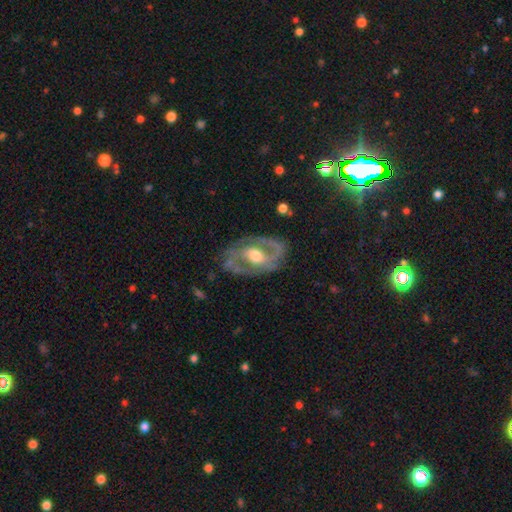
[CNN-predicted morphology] This is clearly a featured or disk galaxy (86%). It is clearly not viewed edge-on (96%). Bar: marginally weak (41%). Spiral arm pattern: clearly yes (88%). Spiral arm count: clearly 2 (81%). Spiral winding: possibly medium (51%). Central bulge: likely moderate (72%). Merging: likely none (71%).